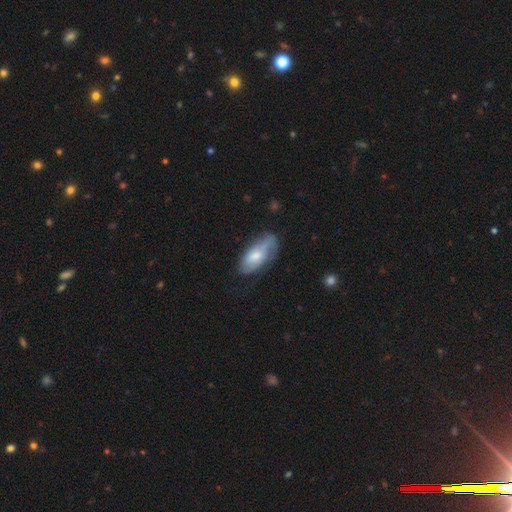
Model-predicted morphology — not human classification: Smooth or featured?
  - smooth: 61% *
  - featured or disk: 33%
  - star or artifact: 6%
How rounded?
  - in between: 85% *
  - cigar-shaped: 13%
  - round: 2%
Merging?
  - none: 50% *
  - minor disturbance: 33%
  - major disturbance: 14%
  - merger: 3%